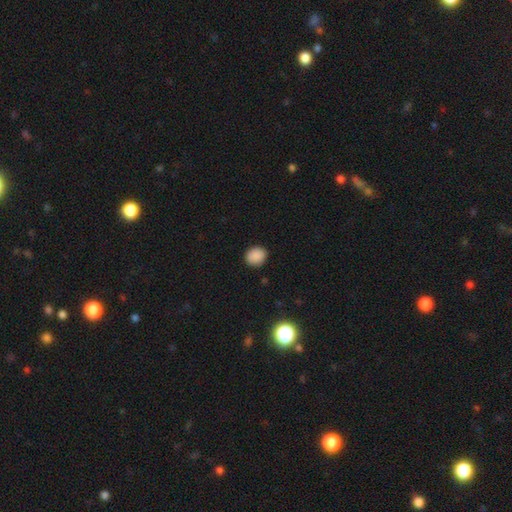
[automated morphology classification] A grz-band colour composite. It shows a smooth galaxy with no disk features (88%) that is round (70%). Merging: none (89%).